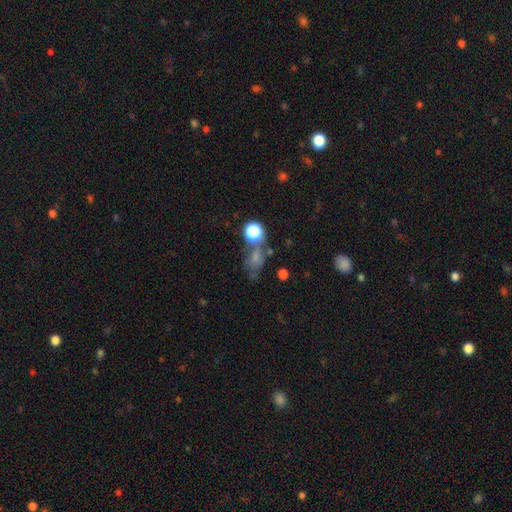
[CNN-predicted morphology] A smooth galaxy with no disk features (44%).

Vote fractions:
- Smooth or featured? smooth: 44% / star or artifact: 35% / featured or disk: 21%
- Merging? none: 50% / merger: 18% / minor disturbance: 17% / major disturbance: 14%